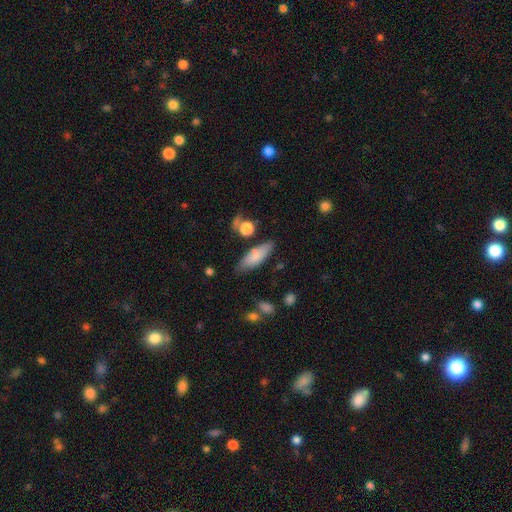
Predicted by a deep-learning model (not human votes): This is likely a smooth galaxy (79%). How rounded: possibly in between (57%). Merging: likely none (74%).